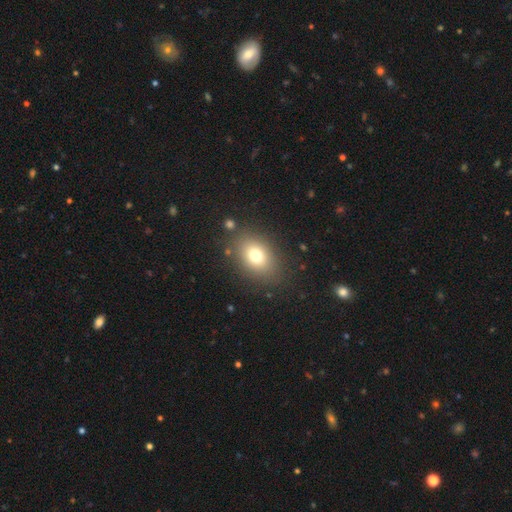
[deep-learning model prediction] Smooth or featured? Predicted: smooth (p=0.74). How rounded? Predicted: in between (p=0.68). Merging? Predicted: none (p=0.83).